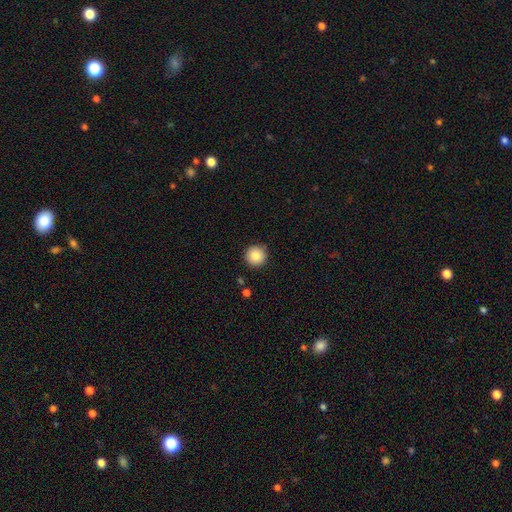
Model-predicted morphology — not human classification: smooth_or_featured: smooth (p=0.87) [alt: star or artifact p=0.09]
how_rounded: round (p=0.96) [alt: in between p=0.03]
merging: none (p=0.91) [alt: minor disturbance p=0.06]